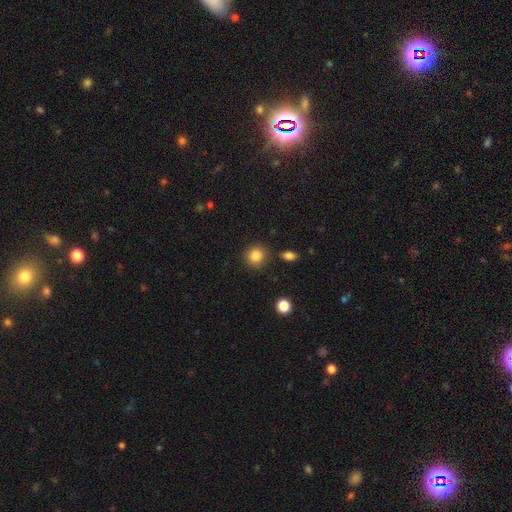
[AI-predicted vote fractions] This appears to be a smooth galaxy with no disk features (85%) that is round (88%). Merging: none (84%).